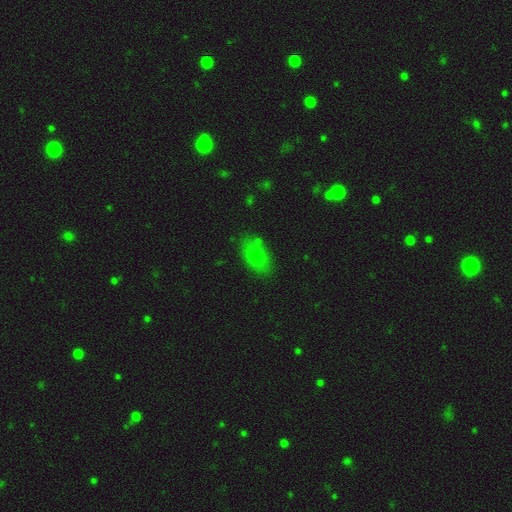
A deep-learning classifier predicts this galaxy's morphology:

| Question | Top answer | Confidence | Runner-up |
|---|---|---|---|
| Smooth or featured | smooth | 74% | featured or disk (16%) |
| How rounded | in between | 82% | round (16%) |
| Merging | none | 75% | minor disturbance (16%) |